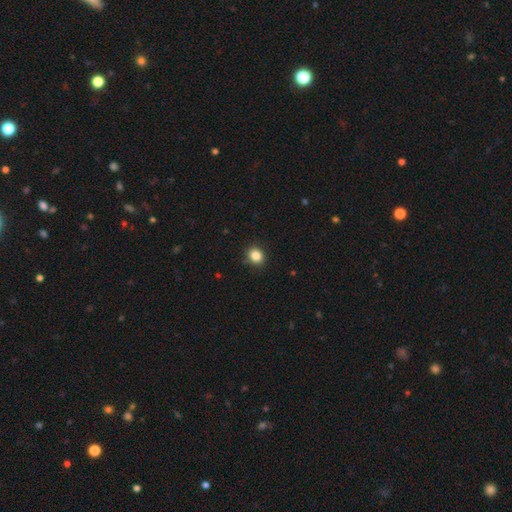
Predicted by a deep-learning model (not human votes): This appears to be a smooth galaxy with no disk features (85%) that is round (75%). Merging: none (89%).